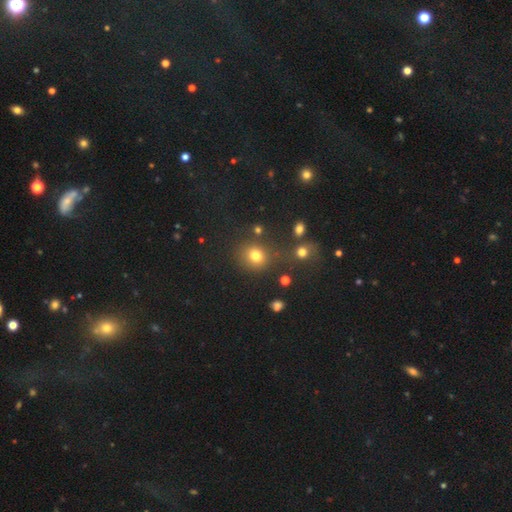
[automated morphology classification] Smooth or featured?
  - smooth: 75% *
  - star or artifact: 18%
  - featured or disk: 7%
How rounded?
  - round: 83% *
  - in between: 16%
  - cigar-shaped: 1%
Merging?
  - none: 73% *
  - minor disturbance: 11%
  - merger: 10%
  - major disturbance: 6%